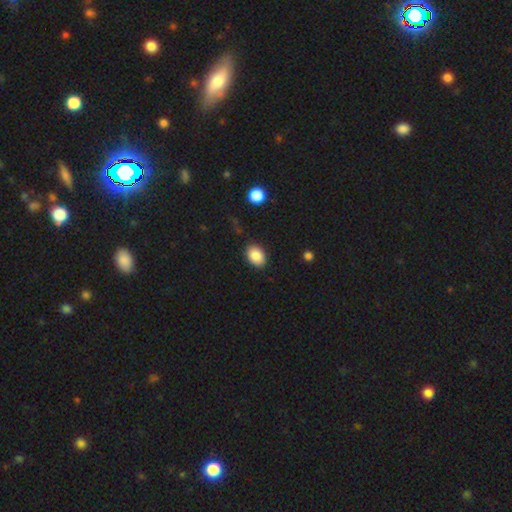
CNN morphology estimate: smooth_or_featured: smooth (p=0.87) [alt: star or artifact p=0.08]
how_rounded: in between (p=0.78) [alt: round p=0.21]
merging: none (p=0.87) [alt: minor disturbance p=0.09]